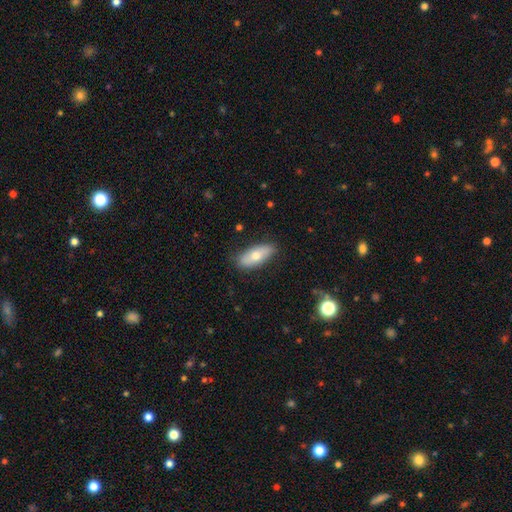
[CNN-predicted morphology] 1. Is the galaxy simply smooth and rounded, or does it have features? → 67% smooth, 27% featured or disk, 6% star or artifact.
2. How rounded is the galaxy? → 80% in between, 17% cigar-shaped, 3% round.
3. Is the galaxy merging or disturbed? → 82% none, 14% minor disturbance, 3% major disturbance, 1% merger.